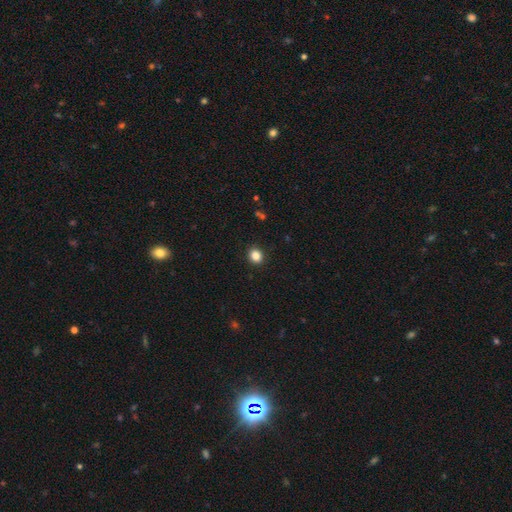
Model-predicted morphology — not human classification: The model was most divided on "how rounded": round: 71%, in between: 28%, cigar-shaped: 1%. More confident: merging — none (91%); smooth or featured — smooth (85%).